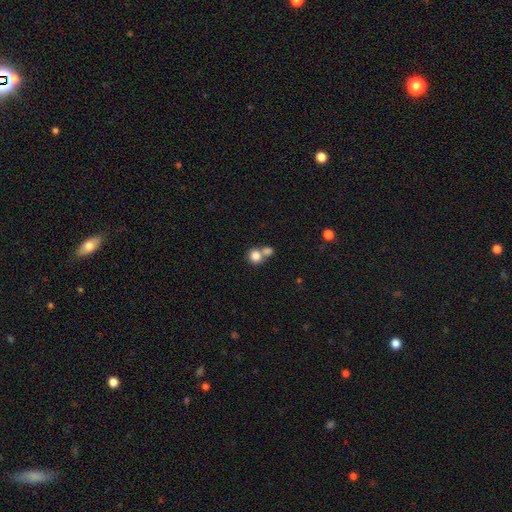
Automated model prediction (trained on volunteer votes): Smooth or featured? Predicted: smooth (p=0.82). How rounded? Predicted: round (p=0.82). Merging? Predicted: merger (p=0.51).